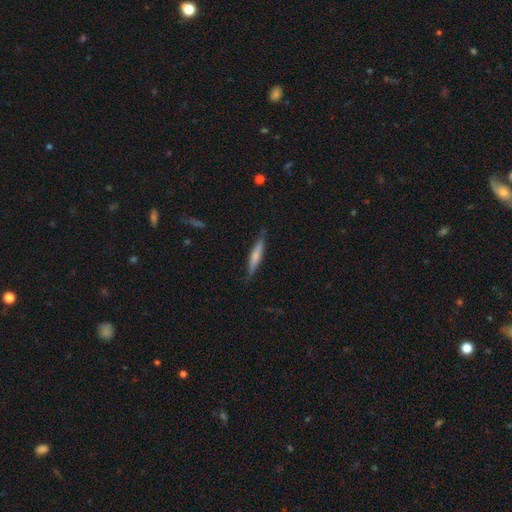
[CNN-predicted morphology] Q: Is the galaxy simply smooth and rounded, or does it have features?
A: smooth — 56%.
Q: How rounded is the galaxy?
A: cigar-shaped — 91%.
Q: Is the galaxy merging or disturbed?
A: none — 83%.